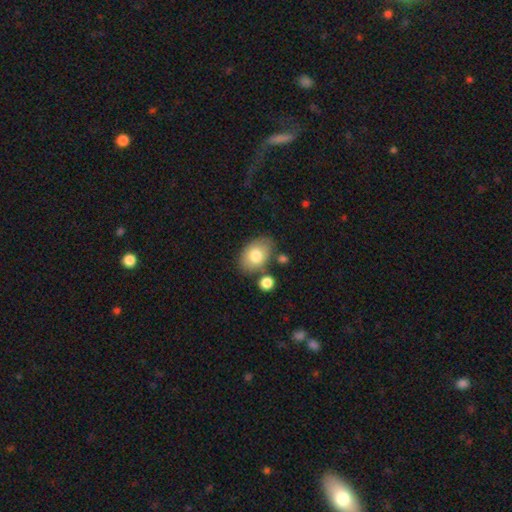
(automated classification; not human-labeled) Q: Smooth or featured?
A: smooth (78%); runner-up: featured or disk (15%)
Q: How rounded?
A: in between (84%); runner-up: round (15%)
Q: Merging?
A: none (70%); runner-up: minor disturbance (16%)